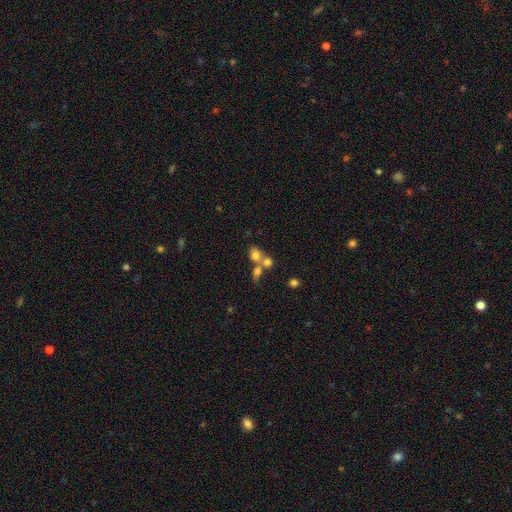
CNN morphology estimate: Smooth or featured? smooth (71%)
How rounded? in between (52%)
Merging? merger (60%)